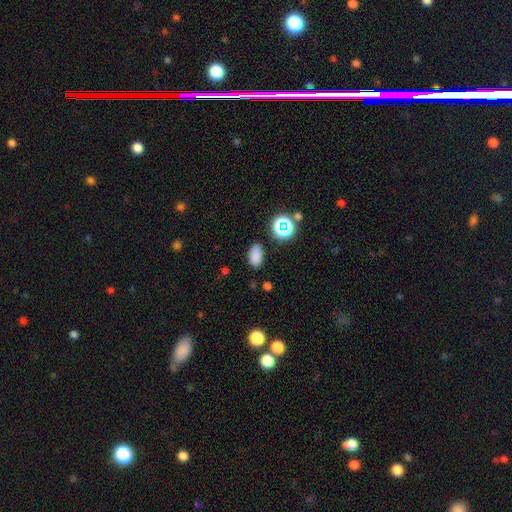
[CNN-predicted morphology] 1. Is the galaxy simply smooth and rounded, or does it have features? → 80% smooth, 15% star or artifact, 5% featured or disk.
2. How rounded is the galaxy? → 89% in between, 9% round, 2% cigar-shaped.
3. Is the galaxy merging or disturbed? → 83% none, 11% minor disturbance, 3% major disturbance, 2% merger.